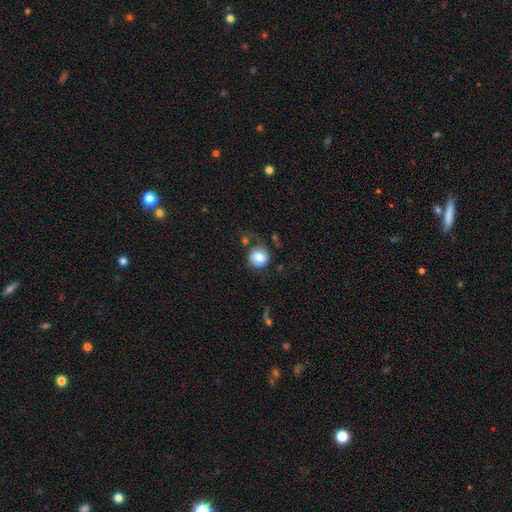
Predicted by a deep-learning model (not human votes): smooth_or_featured: smooth (p=0.76) [alt: featured or disk p=0.13]
how_rounded: round (p=0.91) [alt: in between p=0.08]
merging: none (p=0.70) [alt: minor disturbance p=0.15]